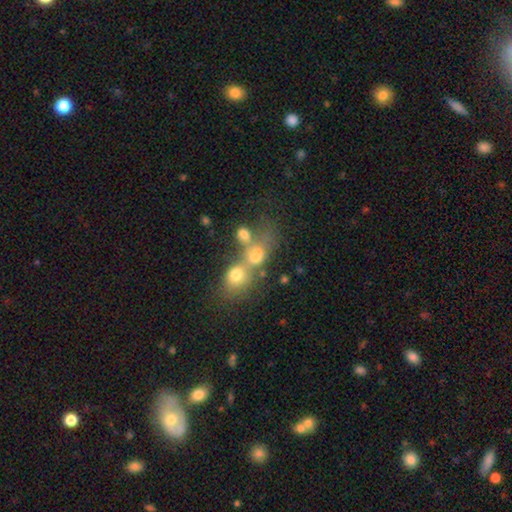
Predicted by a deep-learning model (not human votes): smooth-or-featured: smooth: 65% | featured or disk: 19% | star or artifact: 16%
  how-rounded: round: 55% | in between: 43% | cigar-shaped: 2%
  merging: merger: 59% | none: 24% | major disturbance: 9% | minor disturbance: 8%